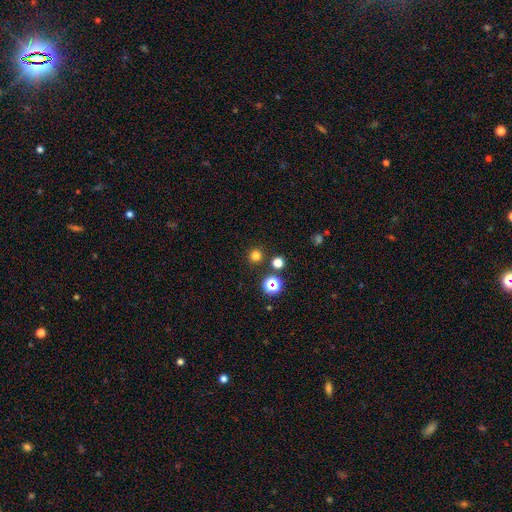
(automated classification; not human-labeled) The model was most divided on "smooth or featured": smooth: 75%, star or artifact: 20%, featured or disk: 5%. More confident: how rounded — round (94%); merging — none (87%).